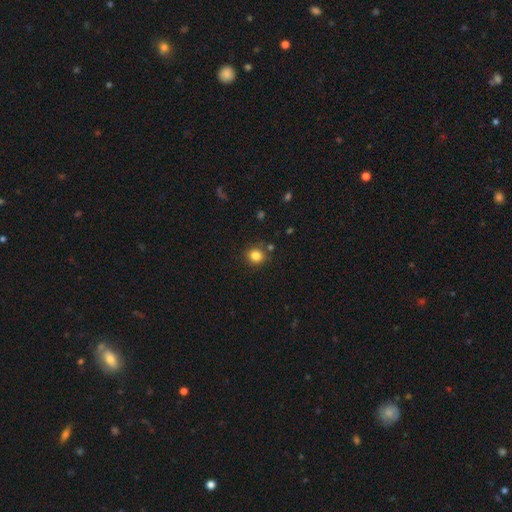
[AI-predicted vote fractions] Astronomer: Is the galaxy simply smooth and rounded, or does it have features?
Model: smooth — 83%.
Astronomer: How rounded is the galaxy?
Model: round — 83%.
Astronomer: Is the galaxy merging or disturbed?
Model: none — 84%.